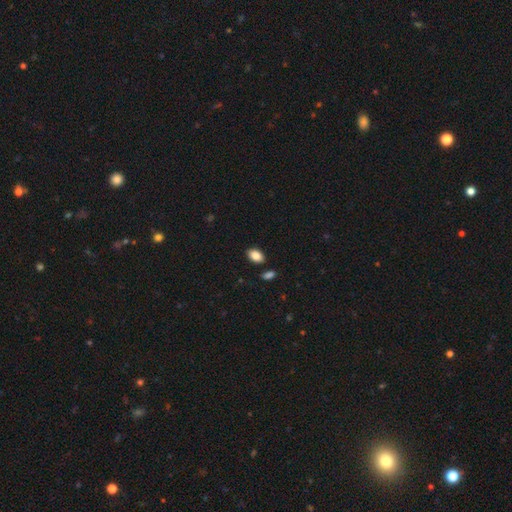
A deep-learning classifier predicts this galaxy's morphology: A smooth galaxy with no disk features (86%) that is in between round and cigar-shaped (89%). Merging: none (85%).